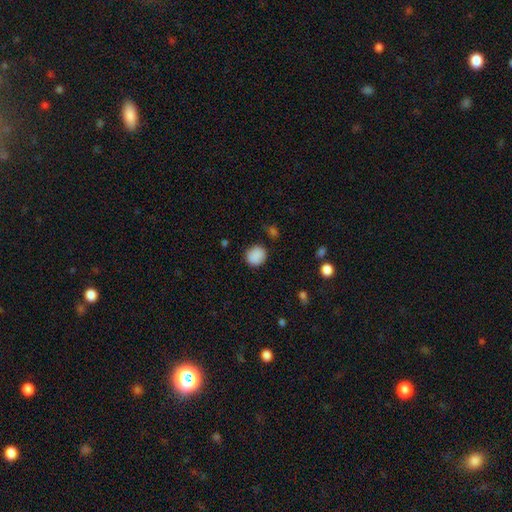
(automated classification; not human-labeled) A smooth galaxy with no disk features (88%) that is round (82%).

Vote fractions:
- Smooth or featured? smooth: 88% / star or artifact: 9% / featured or disk: 3%
- How rounded? round: 82% / in between: 17% / cigar-shaped: 1%
- Merging? none: 84% / minor disturbance: 11% / major disturbance: 3% / merger: 2%